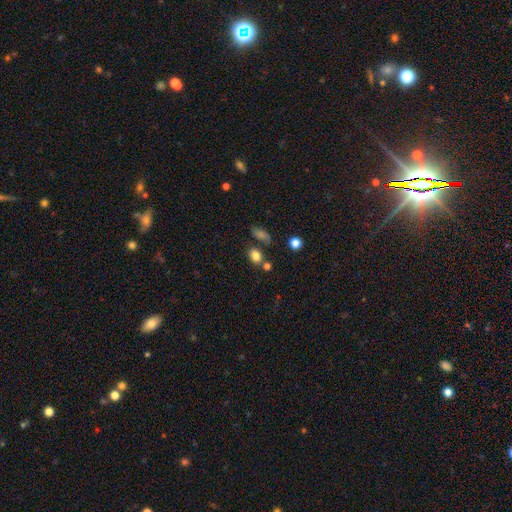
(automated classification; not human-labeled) Smooth or featured? smooth (81%)
How rounded? in between (56%)
Merging? none (69%)